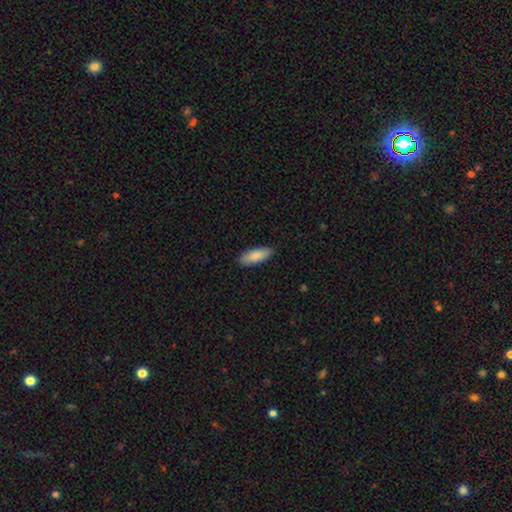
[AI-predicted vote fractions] The model was most divided on "how rounded": in between: 66%, cigar-shaped: 32%, round: 2%. More confident: merging — none (89%); smooth or featured — smooth (86%).